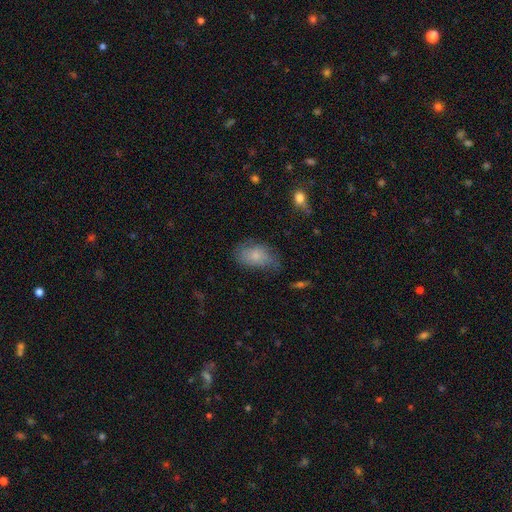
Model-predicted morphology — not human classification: A smooth galaxy with no disk features (79%) that is in between round and cigar-shaped (90%). Merging: none (61%).